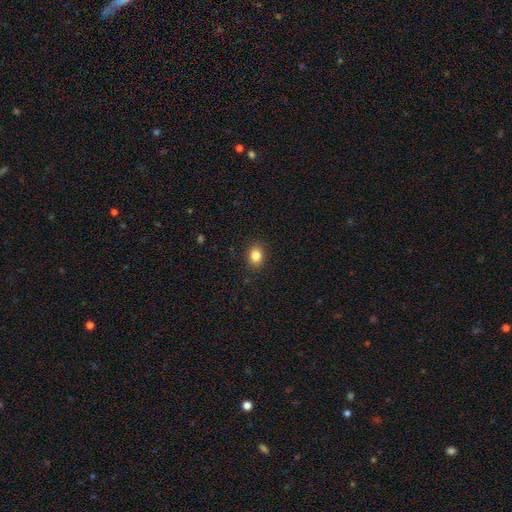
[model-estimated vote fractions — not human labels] A smooth galaxy with no disk features (84%) that is in between round and cigar-shaped (52%).

Vote fractions:
- Smooth or featured? smooth: 84% / star or artifact: 10% / featured or disk: 6%
- How rounded? in between: 52% / round: 47% / cigar-shaped: 1%
- Merging? none: 89% / minor disturbance: 8% / major disturbance: 2% / merger: 1%